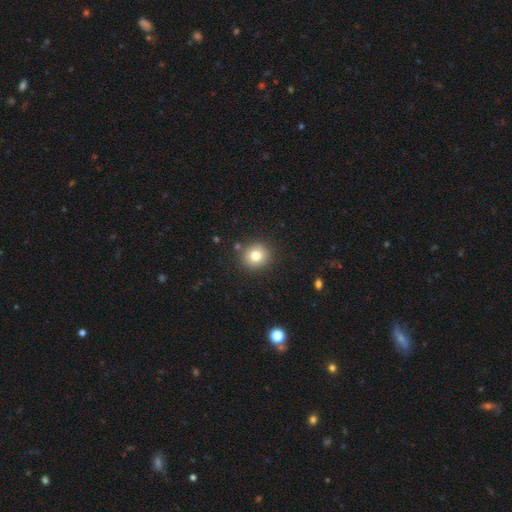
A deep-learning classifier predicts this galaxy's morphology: type=smooth (79%); roundness=round (88%); merging=none (88%).